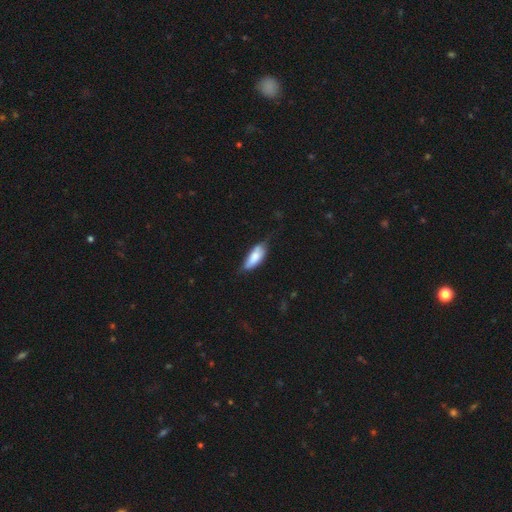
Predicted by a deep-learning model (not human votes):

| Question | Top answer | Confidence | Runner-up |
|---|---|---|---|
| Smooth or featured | smooth | 77% | featured or disk (17%) |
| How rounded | in between | 74% | cigar-shaped (24%) |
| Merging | none | 51% | minor disturbance (36%) |